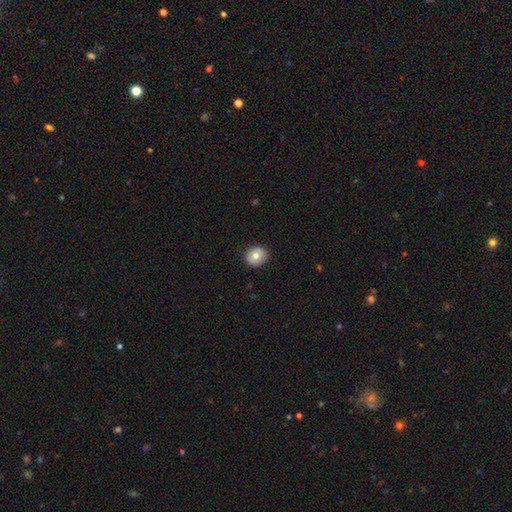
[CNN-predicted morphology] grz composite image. It shows a smooth galaxy with no disk features (76%) that is round (81%). Merging: none (89%).